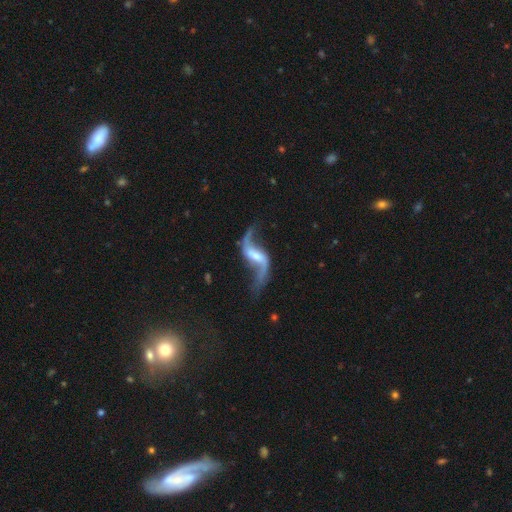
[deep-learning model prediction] Morphology: type=featured or disk (90%); edge-on=no (95%); bar=weak (44%); spiral arms=yes (96%); winding=loose (92%); arm count=2 (94%); bulge=small (38%); merging=none (69%).